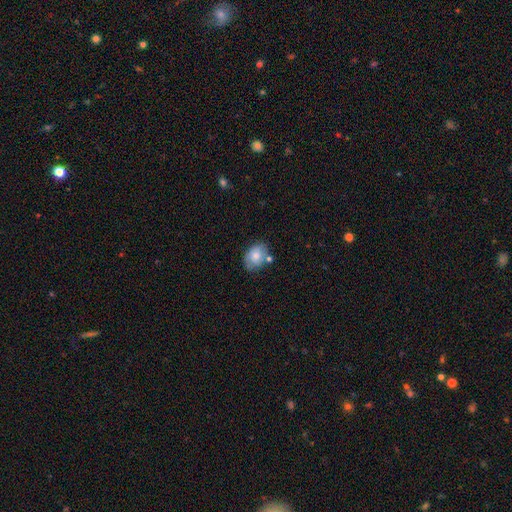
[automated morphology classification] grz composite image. It shows a smooth galaxy with no disk features (75%) that is in between round and cigar-shaped (68%). Merging: none (64%).